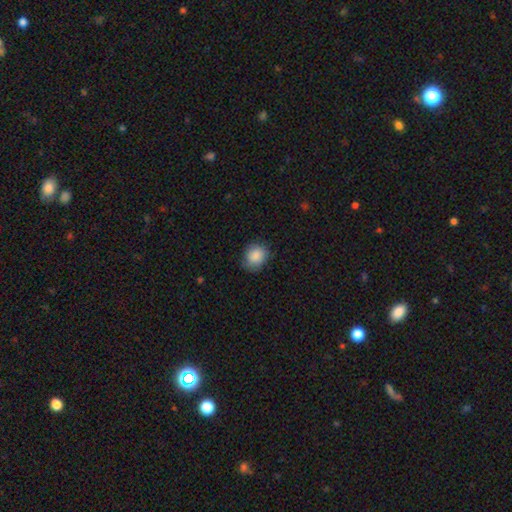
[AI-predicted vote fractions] Q: Smooth or featured?
A: smooth (88%); runner-up: star or artifact (8%)
Q: How rounded?
A: round (64%); runner-up: in between (35%)
Q: Merging?
A: none (76%); runner-up: minor disturbance (19%)